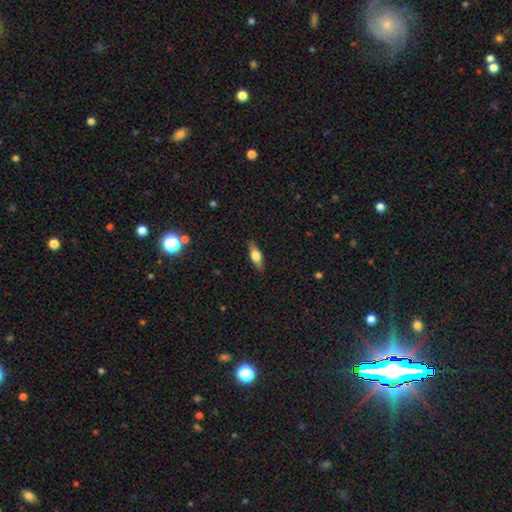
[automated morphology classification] smooth-or-featured: smooth: 47% | featured or disk: 45% | star or artifact: 7%
  merging: none: 87% | minor disturbance: 10% | major disturbance: 2% | merger: 1%